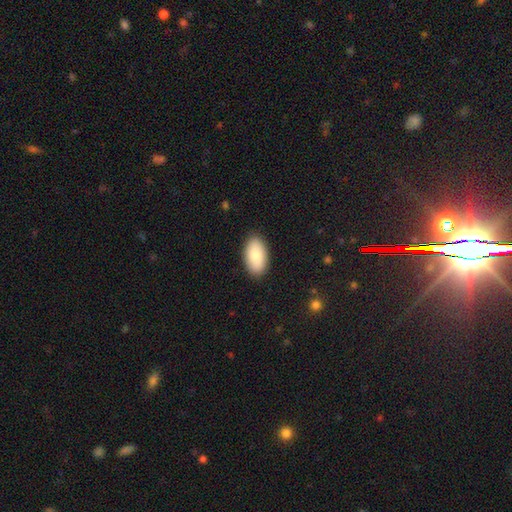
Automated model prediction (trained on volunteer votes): Smooth or featured? Predicted: smooth (p=0.82). How rounded? Predicted: in between (p=0.95). Merging? Predicted: none (p=0.89).